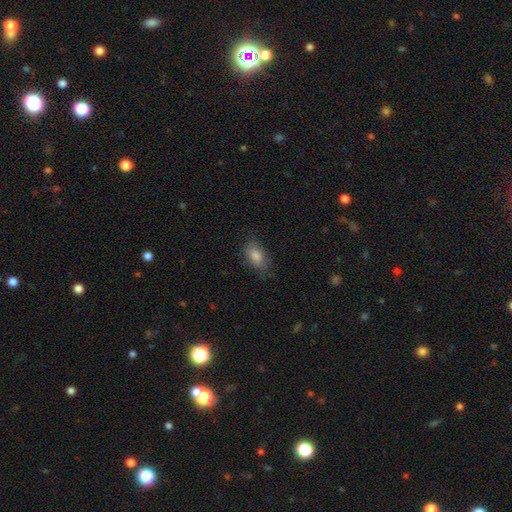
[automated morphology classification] Q: Smooth or featured?
A: smooth (80%); runner-up: featured or disk (10%)
Q: How rounded?
A: in between (88%); runner-up: round (7%)
Q: Merging?
A: none (77%); runner-up: minor disturbance (18%)